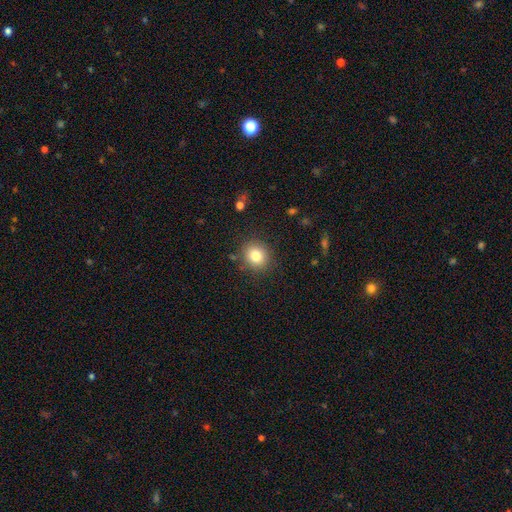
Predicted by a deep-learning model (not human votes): Smooth or featured? Predicted: smooth (p=0.81). How rounded? Predicted: round (p=0.75). Merging? Predicted: none (p=0.86).